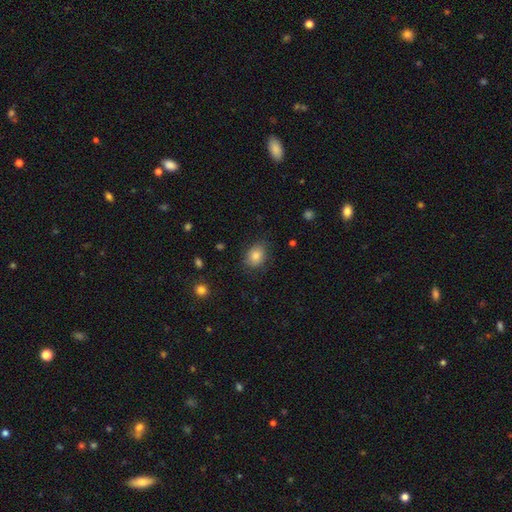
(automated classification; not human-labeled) smooth_or_featured: smooth (p=0.83) [alt: star or artifact p=0.09]
how_rounded: in between (p=0.60) [alt: round p=0.39]
merging: none (p=0.78) [alt: minor disturbance p=0.17]